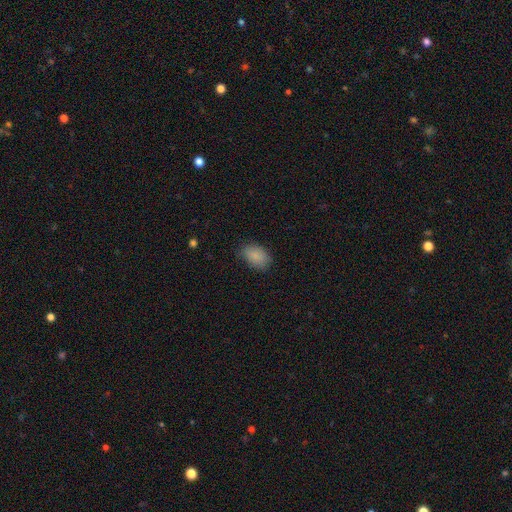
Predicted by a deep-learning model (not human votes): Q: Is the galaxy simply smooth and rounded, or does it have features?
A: smooth — 88%.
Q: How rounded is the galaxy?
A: in between — 86%.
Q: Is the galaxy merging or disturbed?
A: none — 76%.